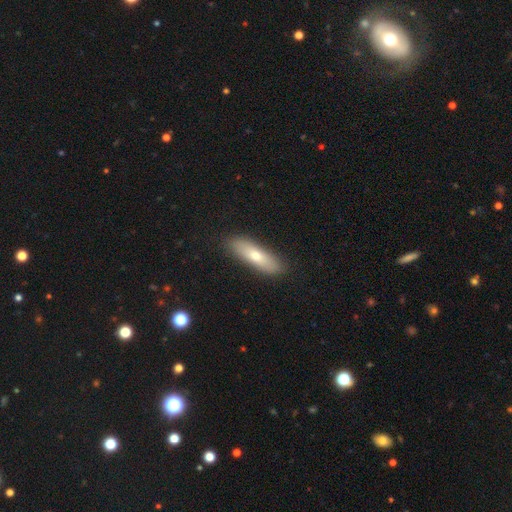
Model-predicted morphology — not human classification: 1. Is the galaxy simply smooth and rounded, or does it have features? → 66% smooth, 28% featured or disk, 6% star or artifact.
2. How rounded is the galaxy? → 57% cigar-shaped, 41% in between, 2% round.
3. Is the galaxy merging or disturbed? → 87% none, 9% minor disturbance, 2% major disturbance, 1% merger.